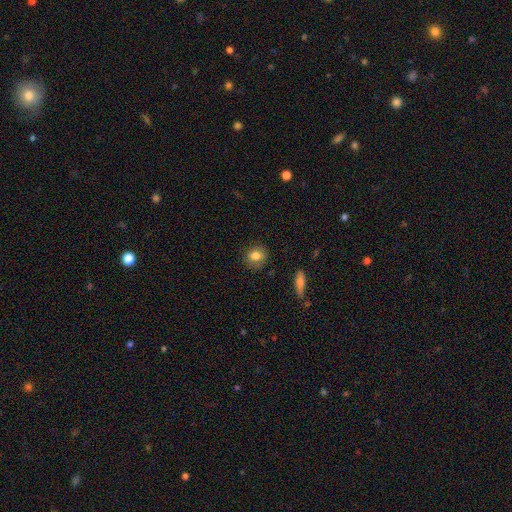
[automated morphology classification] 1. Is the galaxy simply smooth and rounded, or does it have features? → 80% smooth, 11% featured or disk, 9% star or artifact.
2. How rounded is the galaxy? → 75% round, 23% in between, 2% cigar-shaped.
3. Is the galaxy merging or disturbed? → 83% none, 12% minor disturbance, 3% major disturbance, 2% merger.